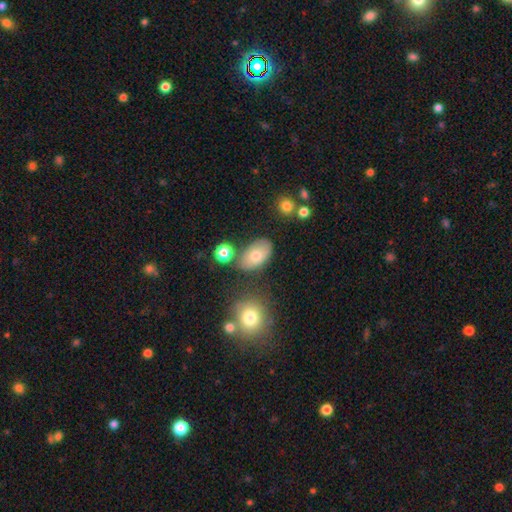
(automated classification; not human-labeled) Smooth or featured: smooth — 72% (featured or disk — 18%)
How rounded: in between — 89% (round — 9%)
Merging: none — 66% (minor disturbance — 18%)